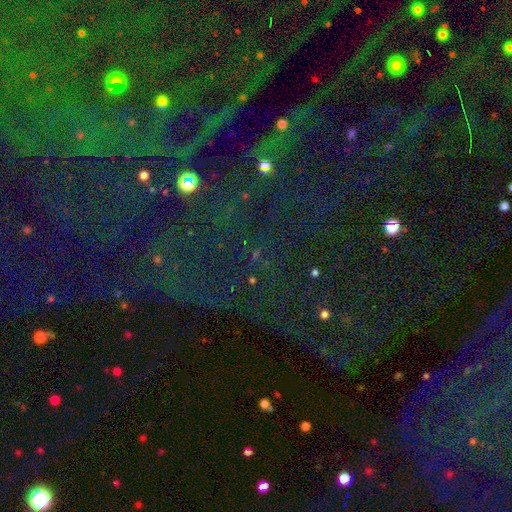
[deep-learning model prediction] Smooth or featured: star or artifact — 81% (smooth — 10%)